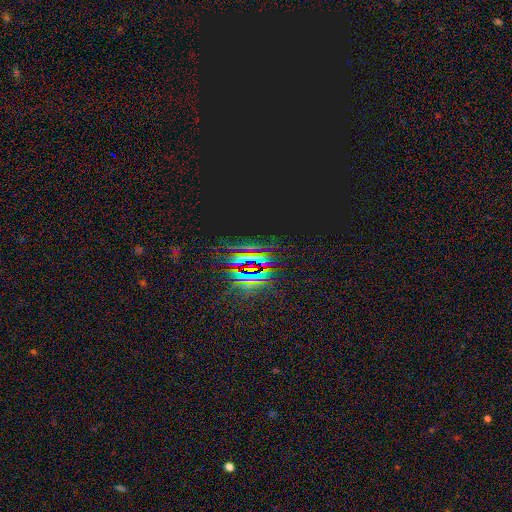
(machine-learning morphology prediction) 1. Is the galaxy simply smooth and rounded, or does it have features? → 83% star or artifact, 9% smooth, 8% featured or disk.